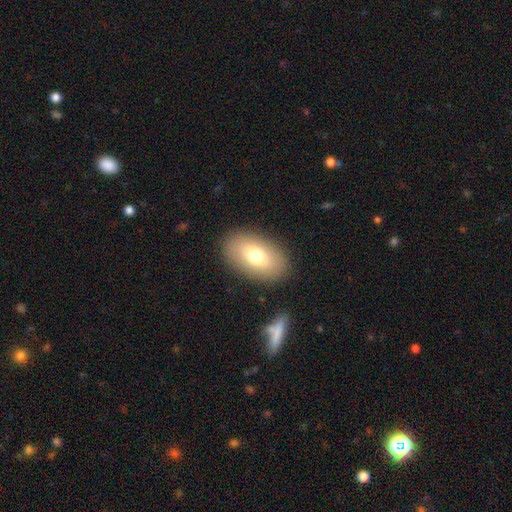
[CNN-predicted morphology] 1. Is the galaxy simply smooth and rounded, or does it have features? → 73% smooth, 19% featured or disk, 8% star or artifact.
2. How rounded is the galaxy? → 91% in between, 8% round, 1% cigar-shaped.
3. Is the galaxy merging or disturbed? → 87% none, 8% minor disturbance, 3% major disturbance, 1% merger.